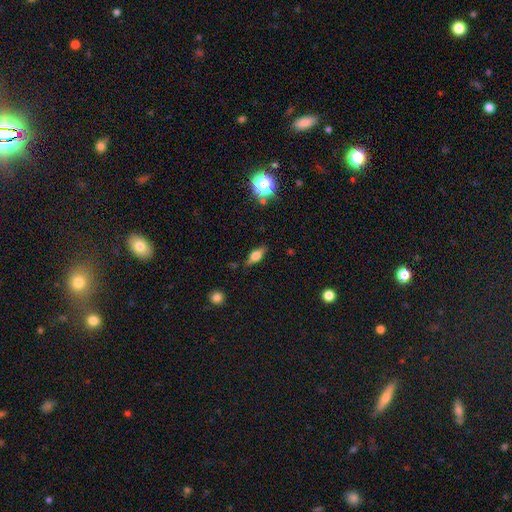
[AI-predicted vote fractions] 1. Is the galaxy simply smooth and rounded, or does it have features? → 49% smooth, 41% featured or disk, 10% star or artifact.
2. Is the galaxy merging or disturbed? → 82% none, 13% minor disturbance, 3% major disturbance, 2% merger.